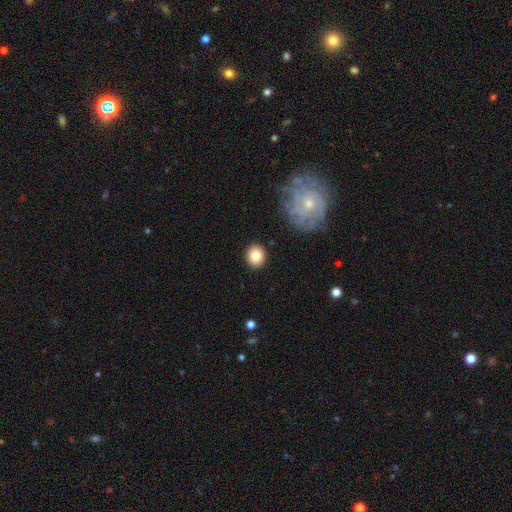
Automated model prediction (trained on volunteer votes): This appears to be a smooth galaxy with no disk features (83%) that is round (76%). Merging: none (89%).